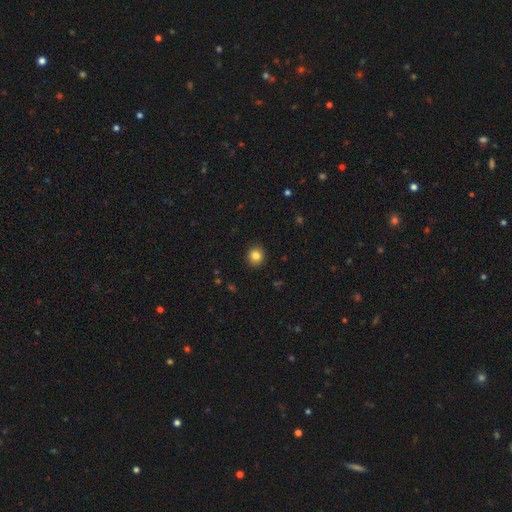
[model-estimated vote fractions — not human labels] Smooth or featured? smooth (83%)
How rounded? round (87%)
Merging? none (91%)